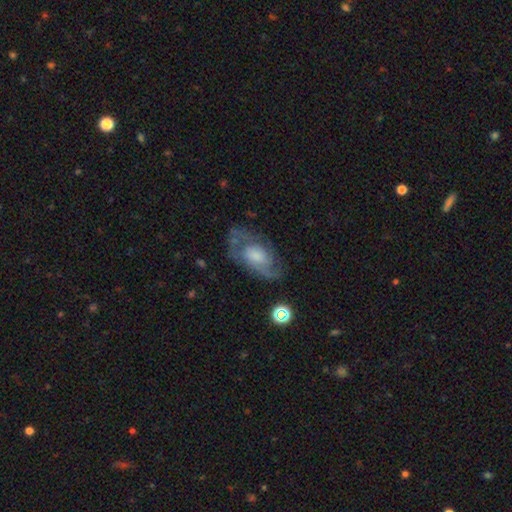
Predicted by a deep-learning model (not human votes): featured or disk 70%, smooth 22%, star or artifact 8%. Down the decision tree: edge-on disk — no (93%); bar — no (69%); spiral arms — yes (80%); spiral arm count — 2 (63%); spiral winding — medium (45%); bulge size — moderate (34%); merging — none (65%).